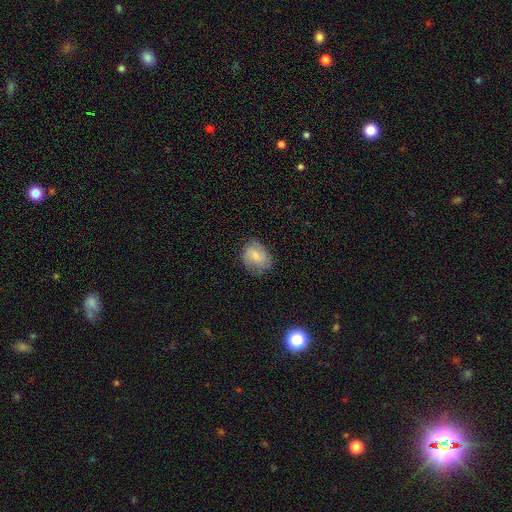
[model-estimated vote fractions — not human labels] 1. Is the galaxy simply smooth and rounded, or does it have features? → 48% smooth, 45% featured or disk, 7% star or artifact.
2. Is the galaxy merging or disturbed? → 69% none, 23% minor disturbance, 8% major disturbance, 1% merger.